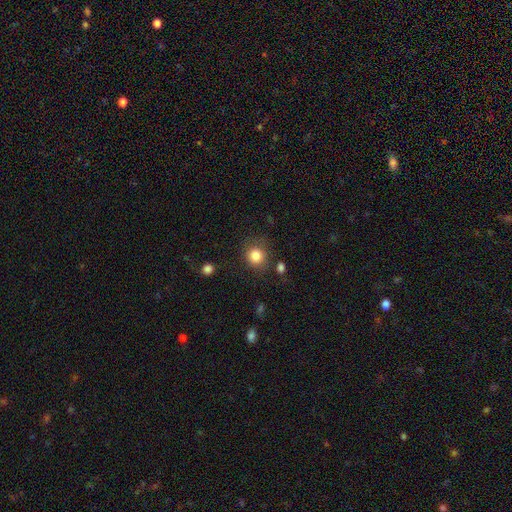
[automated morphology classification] Q: Smooth or featured?
A: smooth (84%); runner-up: star or artifact (10%)
Q: How rounded?
A: round (83%); runner-up: in between (16%)
Q: Merging?
A: none (79%); runner-up: minor disturbance (13%)